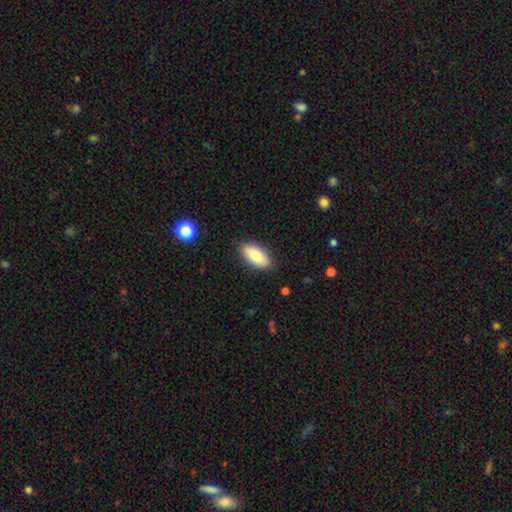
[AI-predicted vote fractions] smooth_or_featured: smooth (p=0.83) [alt: featured or disk p=0.10]
how_rounded: in between (p=0.91) [alt: cigar-shaped p=0.07]
merging: none (p=0.86) [alt: minor disturbance p=0.10]